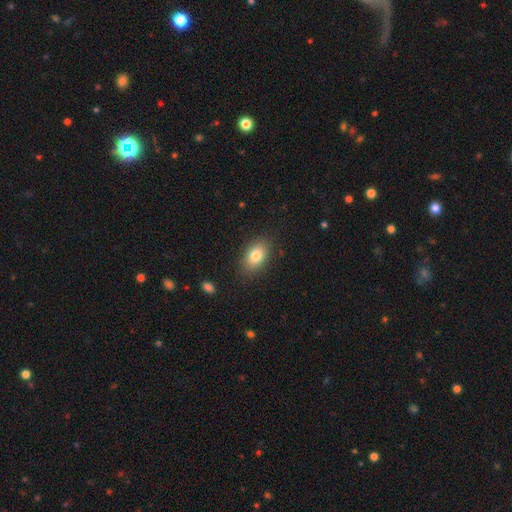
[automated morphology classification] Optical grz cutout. It shows a smooth galaxy with no disk features (81%) that is in between round and cigar-shaped (86%). Merging: none (84%).